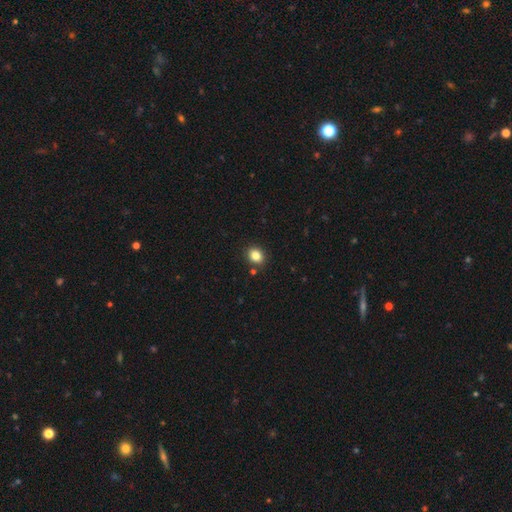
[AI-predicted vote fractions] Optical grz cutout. It shows a smooth galaxy with no disk features (83%) that is round (57%). Merging: none (88%).